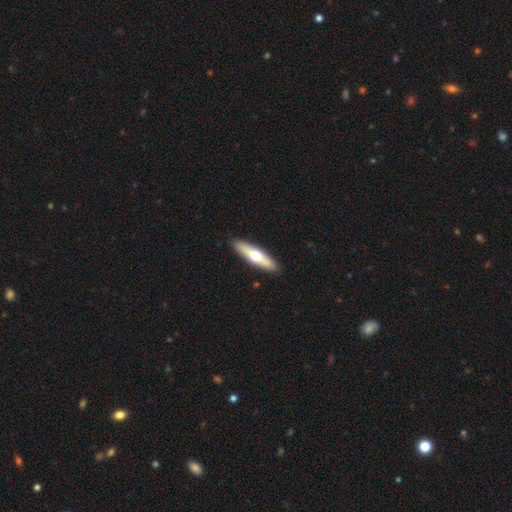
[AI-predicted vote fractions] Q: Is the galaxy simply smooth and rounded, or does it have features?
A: smooth — 52%.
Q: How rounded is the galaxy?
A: cigar-shaped — 75%.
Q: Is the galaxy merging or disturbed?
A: none — 90%.